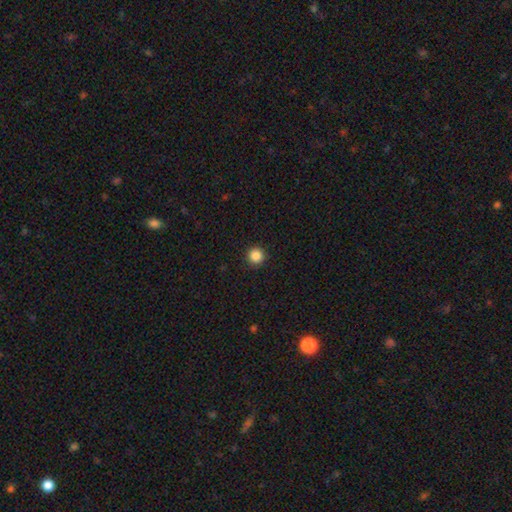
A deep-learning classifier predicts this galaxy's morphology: A smooth galaxy with no disk features (86%) that is round (96%). Merging: none (93%).